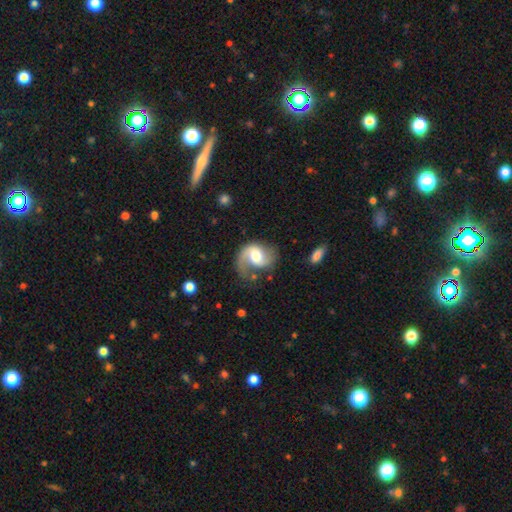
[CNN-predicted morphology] This is likely a featured or disk galaxy (79%). It is clearly not viewed edge-on (98%). Bar: possibly no (45%). Spiral arm pattern: clearly yes (94%). Spiral arm count: likely 2 (64%). Spiral winding: marginally medium (45%). Central bulge: possibly moderate (57%). Merging: possibly none (53%).